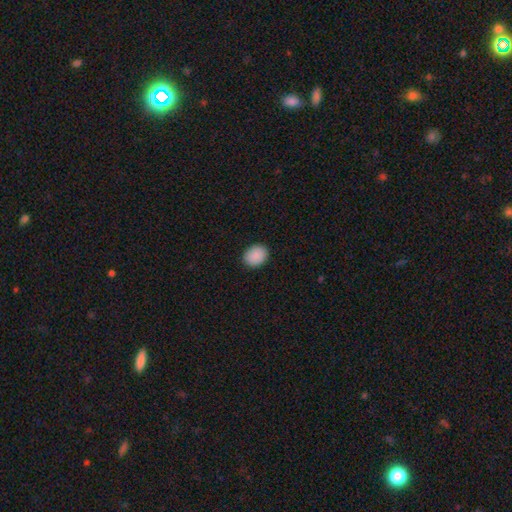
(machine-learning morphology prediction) This appears to be a smooth galaxy with no disk features (90%) that is in between round and cigar-shaped (57%). Merging: none (89%).